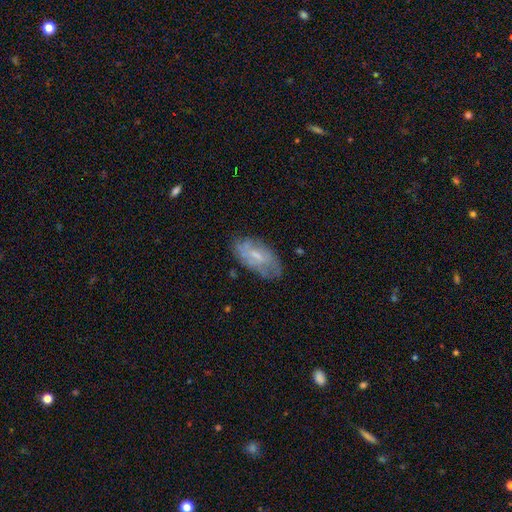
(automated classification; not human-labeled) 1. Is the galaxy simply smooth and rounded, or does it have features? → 47% featured or disk, 46% smooth, 7% star or artifact.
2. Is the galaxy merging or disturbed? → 65% none, 24% minor disturbance, 8% major disturbance, 2% merger.